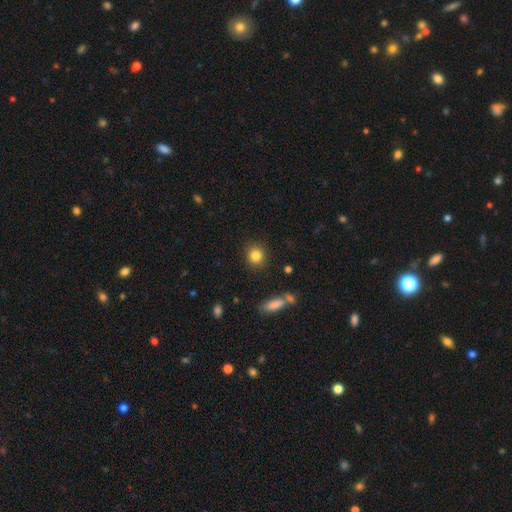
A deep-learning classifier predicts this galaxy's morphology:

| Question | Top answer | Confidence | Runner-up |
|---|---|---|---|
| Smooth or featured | smooth | 84% | star or artifact (10%) |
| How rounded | round | 89% | in between (10%) |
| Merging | none | 88% | minor disturbance (7%) |